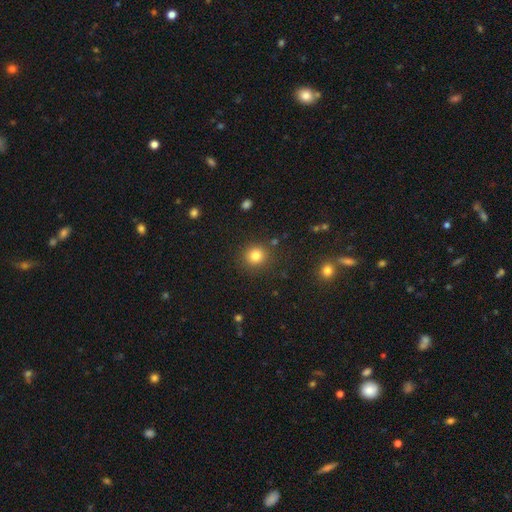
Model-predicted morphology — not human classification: smooth 81%, star or artifact 12%, featured or disk 6%. Down the decision tree: how rounded — round (91%); merging — none (88%).